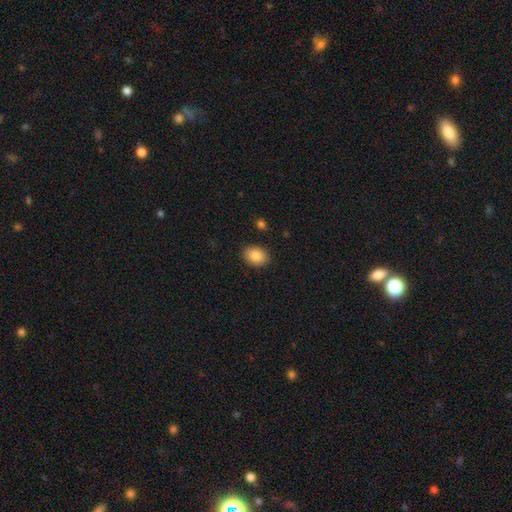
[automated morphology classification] smooth 86%, star or artifact 8%, featured or disk 6%. Down the decision tree: how rounded — in between (68%); merging — none (89%).